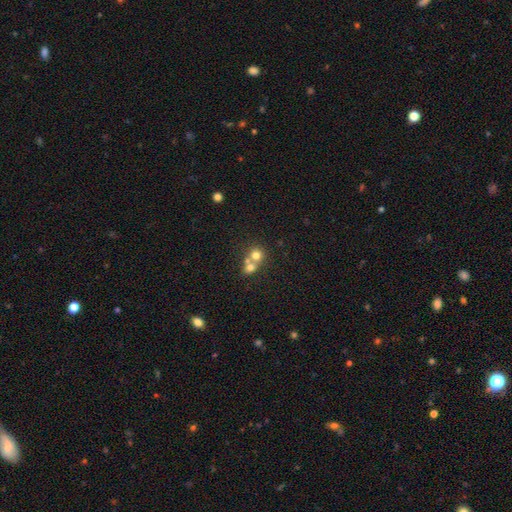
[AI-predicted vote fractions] Overall: smooth (71%). How rounded: round (83%). Merging: merger (59%; none 34%).